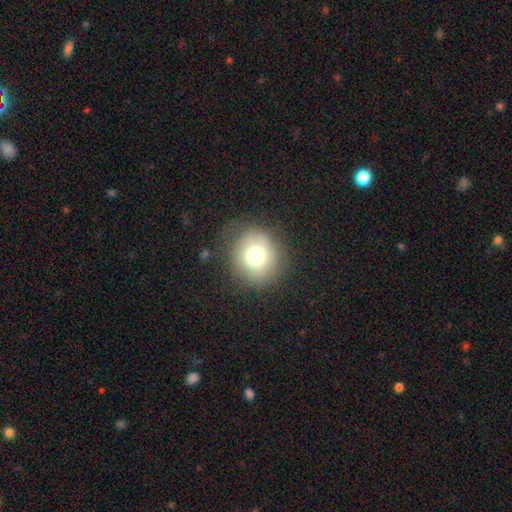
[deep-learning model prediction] Smooth or featured: smooth — 73% (featured or disk — 15%)
How rounded: round — 86% (in between — 13%)
Merging: none — 75% (minor disturbance — 16%)